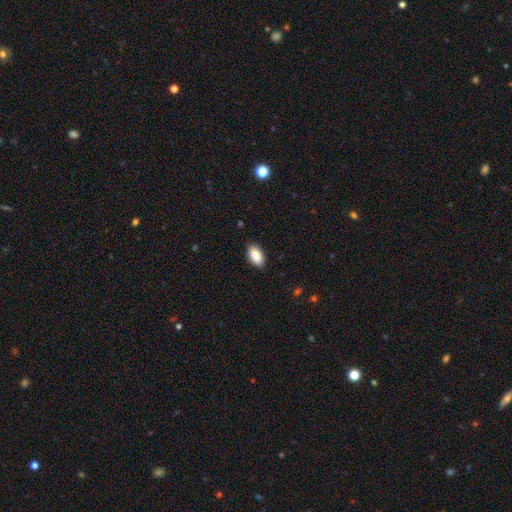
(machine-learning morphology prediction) This appears to be a smooth galaxy with no disk features (88%) that is in between round and cigar-shaped (93%). Merging: none (88%).